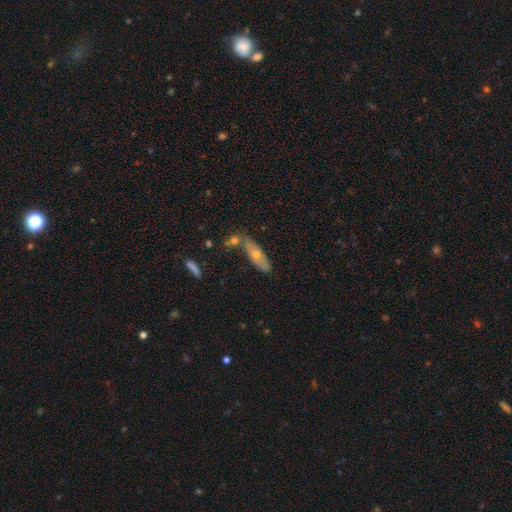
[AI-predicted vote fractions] featured or disk 47%, smooth 44%, star or artifact 9%. Down the decision tree: merging — none (60%).